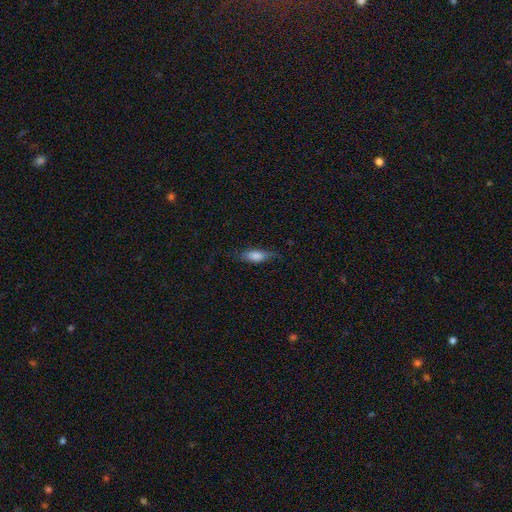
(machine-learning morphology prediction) smooth_or_featured: smooth (p=0.77) [alt: featured or disk p=0.16]
how_rounded: in between (p=0.69) [alt: cigar-shaped p=0.29]
merging: none (p=0.70) [alt: minor disturbance p=0.23]